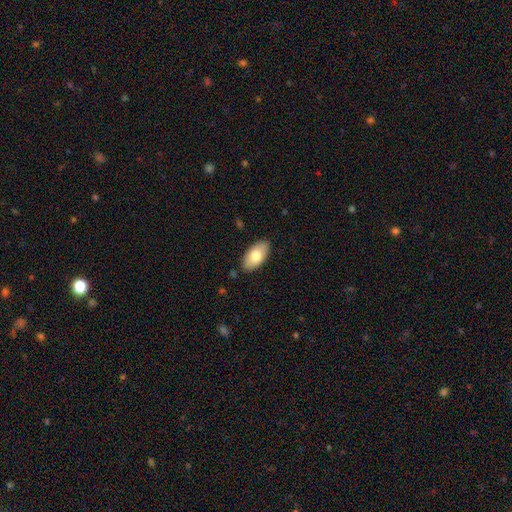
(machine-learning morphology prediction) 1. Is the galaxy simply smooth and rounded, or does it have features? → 76% smooth, 18% featured or disk, 6% star or artifact.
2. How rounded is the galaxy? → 94% in between, 3% round, 3% cigar-shaped.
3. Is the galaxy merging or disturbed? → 86% none, 11% minor disturbance, 2% major disturbance, 1% merger.